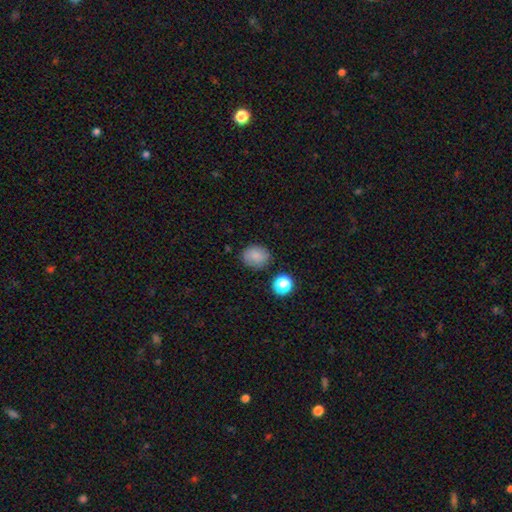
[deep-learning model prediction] Smooth or featured: smooth — 82% (star or artifact — 11%)
How rounded: round — 60% (in between — 39%)
Merging: none — 81% (minor disturbance — 13%)